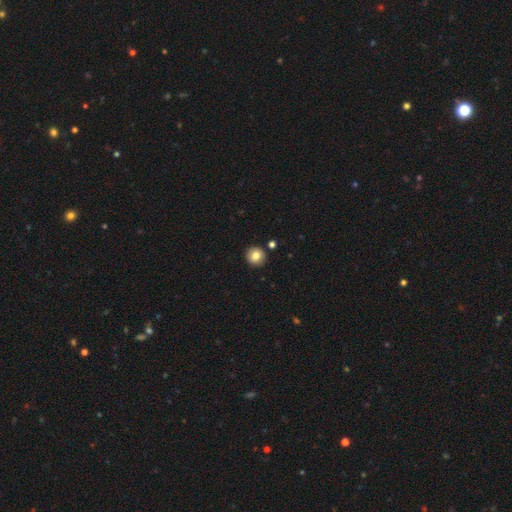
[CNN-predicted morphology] This is clearly a smooth galaxy (82%). How rounded: clearly round (94%). Merging: clearly none (90%).